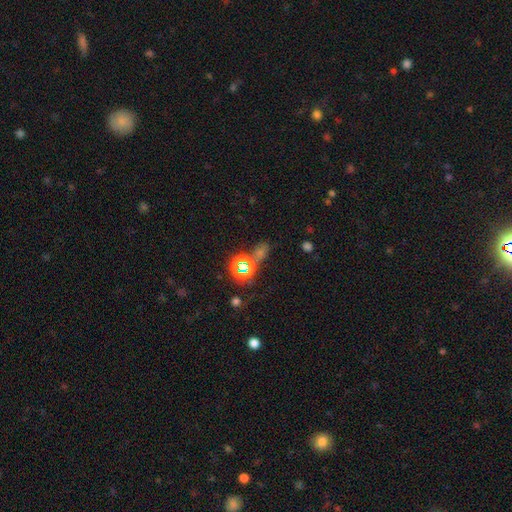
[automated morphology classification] The model was most divided on "smooth or featured": star or artifact: 62%, smooth: 27%, featured or disk: 11%.